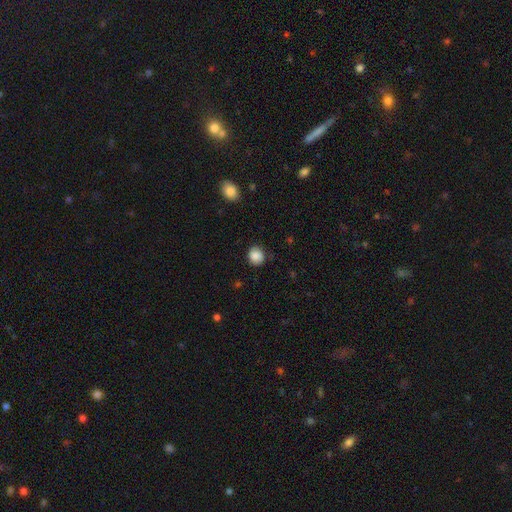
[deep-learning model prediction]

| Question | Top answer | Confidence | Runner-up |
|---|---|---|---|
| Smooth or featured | smooth | 87% | star or artifact (9%) |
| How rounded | round | 81% | in between (18%) |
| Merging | none | 80% | minor disturbance (15%) |